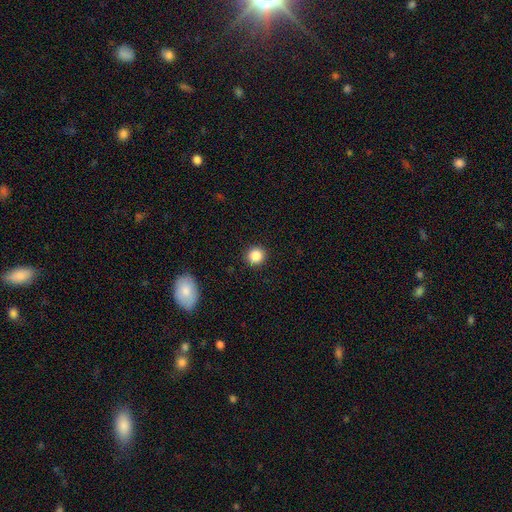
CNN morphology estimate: A smooth galaxy with no disk features (86%) that is round (92%). Merging: none (92%).